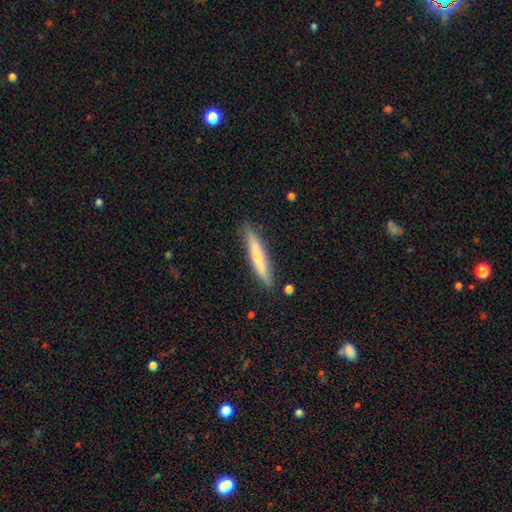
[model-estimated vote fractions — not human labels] The model was most divided on "smooth or featured": smooth: 56%, featured or disk: 38%, star or artifact: 6%. More confident: how rounded — cigar-shaped (93%); merging — none (85%).